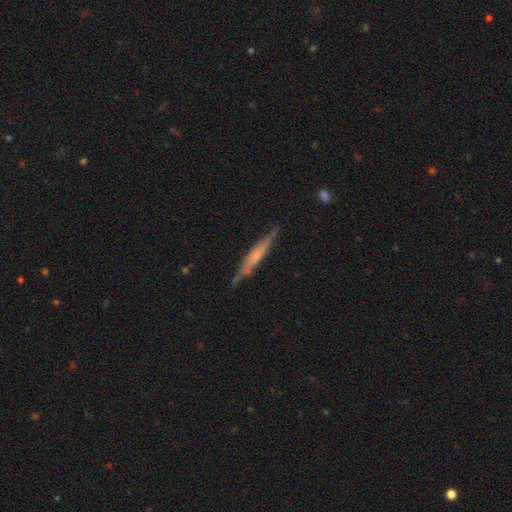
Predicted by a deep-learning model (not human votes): smooth_or_featured: featured or disk (p=0.58) [alt: smooth p=0.36]
disk_edge_on: yes (p=0.94) [alt: no p=0.06]
edge_on_bulge: none (p=0.50) [alt: rounded p=0.30]
merging: none (p=0.82) [alt: minor disturbance p=0.14]